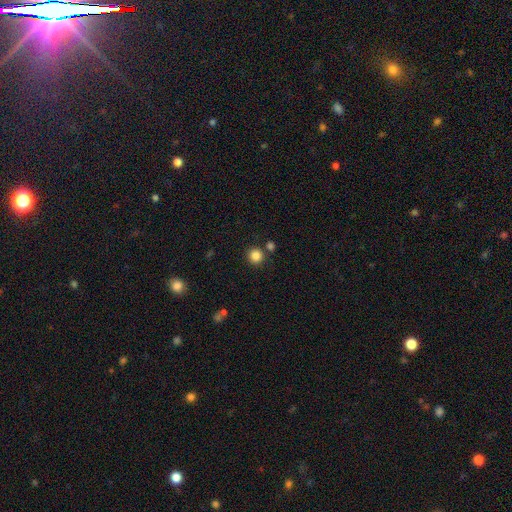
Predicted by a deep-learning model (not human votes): smooth_or_featured: smooth (p=0.85) [alt: star or artifact p=0.11]
how_rounded: round (p=0.94) [alt: in between p=0.05]
merging: none (p=0.82) [alt: merger p=0.09]